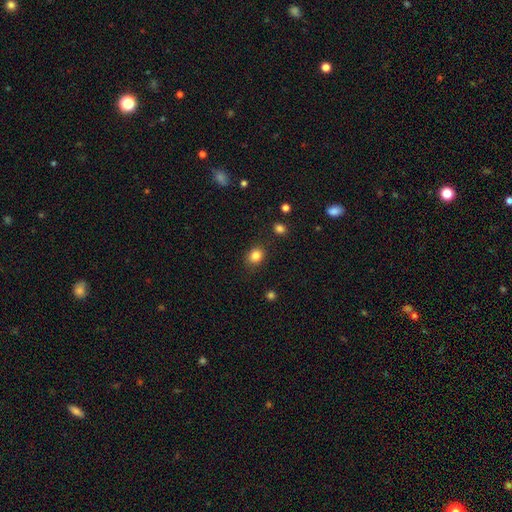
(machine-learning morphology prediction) Smooth or featured? Predicted: smooth (p=0.84). How rounded? Predicted: round (p=0.60). Merging? Predicted: none (p=0.84).